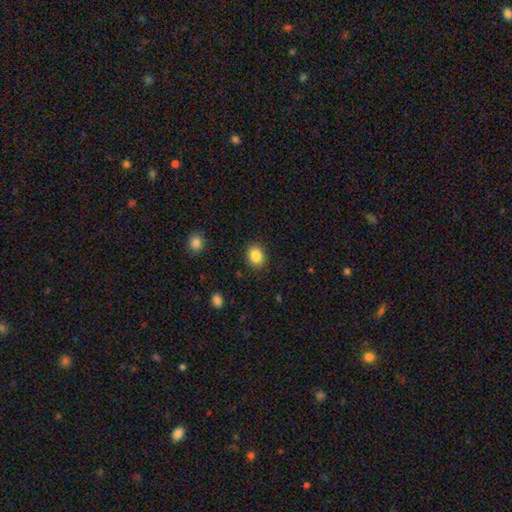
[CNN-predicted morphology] A smooth galaxy with no disk features (85%) that is round (61%). Merging: none (89%).